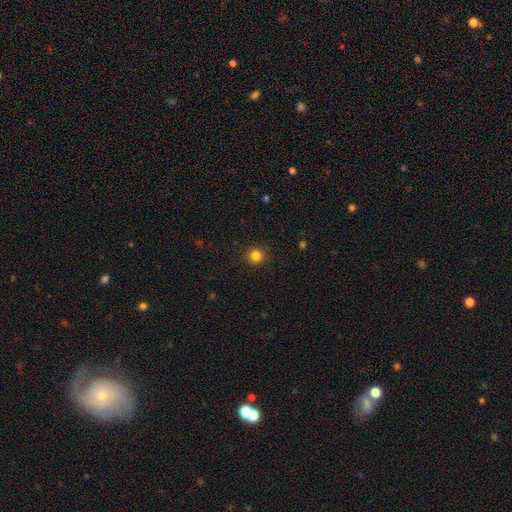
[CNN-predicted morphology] This is clearly a smooth galaxy (84%). How rounded: clearly round (94%). Merging: clearly none (92%).